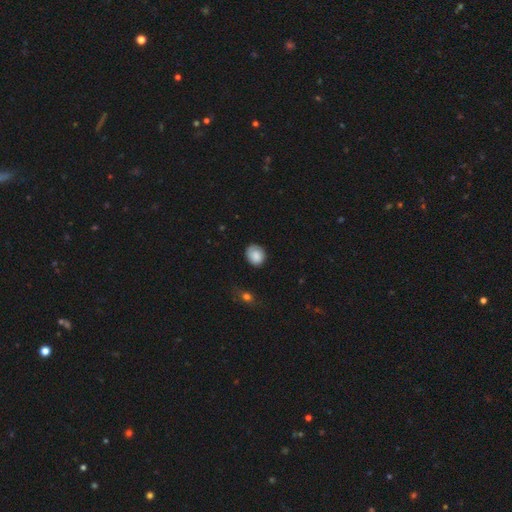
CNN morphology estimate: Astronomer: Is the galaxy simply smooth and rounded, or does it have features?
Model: smooth — 83%.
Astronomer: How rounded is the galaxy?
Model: round — 63%.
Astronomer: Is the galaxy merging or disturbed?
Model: none — 71%.